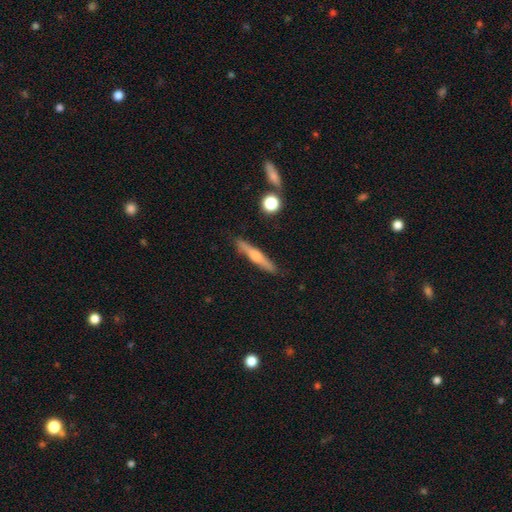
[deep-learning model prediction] This appears to be a featured or disk galaxy (58%) viewed edge-on (97%) with a rounded central bulge (82%). Merging: none (88%).